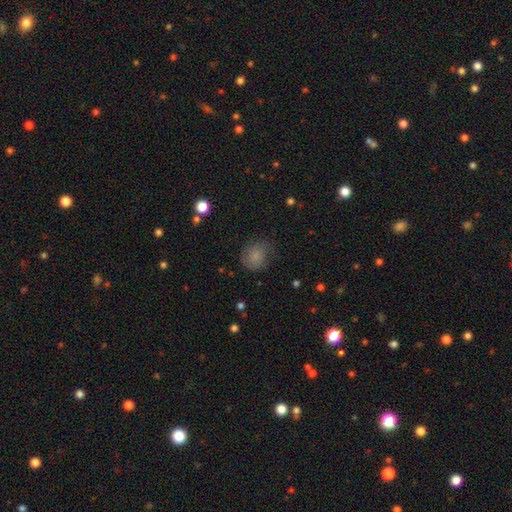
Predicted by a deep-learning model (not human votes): Smooth or featured: smooth — 70% (featured or disk — 19%)
How rounded: round — 72% (in between — 27%)
Merging: none — 62% (minor disturbance — 25%)